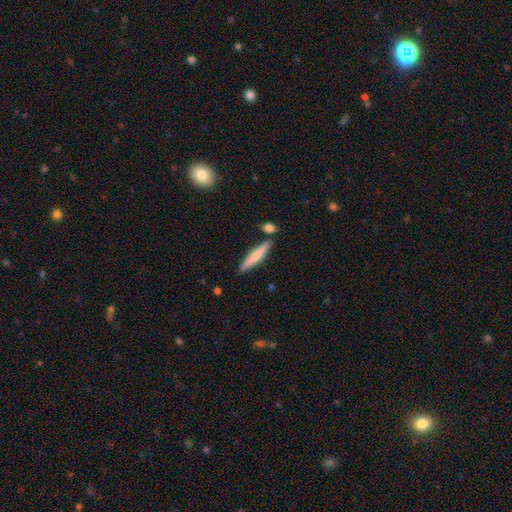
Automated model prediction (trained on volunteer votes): smooth 57%, featured or disk 38%, star or artifact 6%. Down the decision tree: how rounded — cigar-shaped (87%); merging — none (80%).